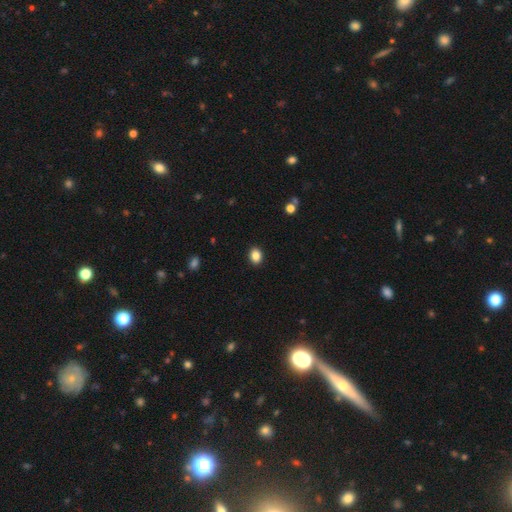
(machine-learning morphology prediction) Smooth or featured? smooth (87%)
How rounded? in between (57%)
Merging? none (91%)